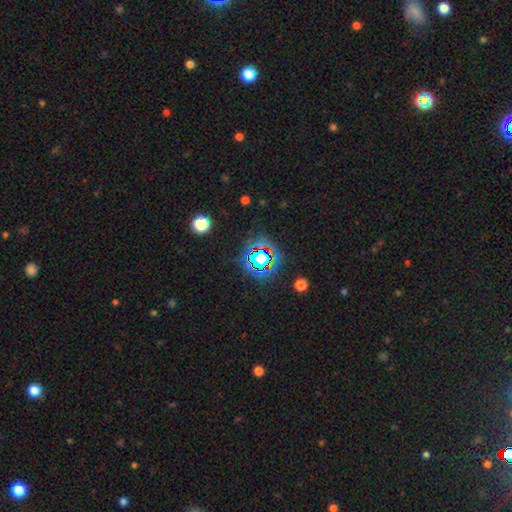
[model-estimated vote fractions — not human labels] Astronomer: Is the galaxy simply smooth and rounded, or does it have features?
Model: star or artifact — 70%.